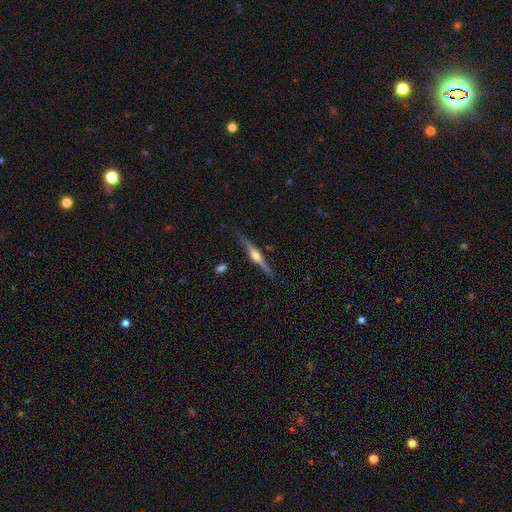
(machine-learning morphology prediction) The model was most divided on "smooth or featured": featured or disk: 78%, smooth: 16%, star or artifact: 6%. More confident: edge-on disk — yes (98%); edge-on bulge — rounded (91%); merging — none (83%).